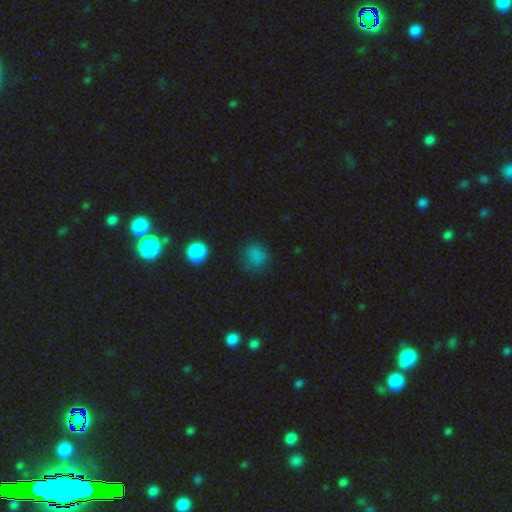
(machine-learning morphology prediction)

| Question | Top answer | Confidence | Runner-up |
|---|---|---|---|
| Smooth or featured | smooth | 78% | star or artifact (17%) |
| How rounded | round | 85% | in between (14%) |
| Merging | none | 77% | minor disturbance (15%) |